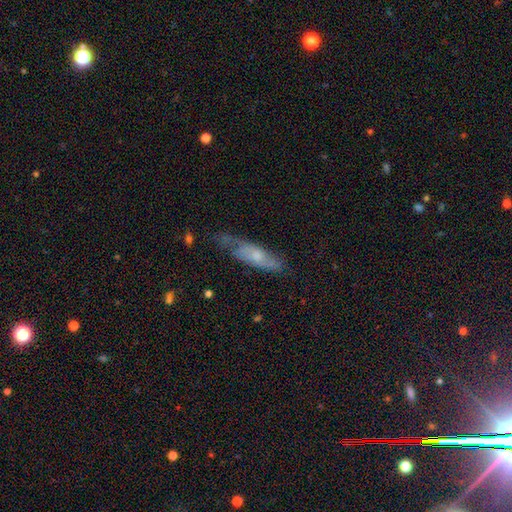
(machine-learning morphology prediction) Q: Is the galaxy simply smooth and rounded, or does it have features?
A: featured or disk — 51%.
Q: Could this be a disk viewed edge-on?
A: no — 62%.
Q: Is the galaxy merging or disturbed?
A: none — 50%.